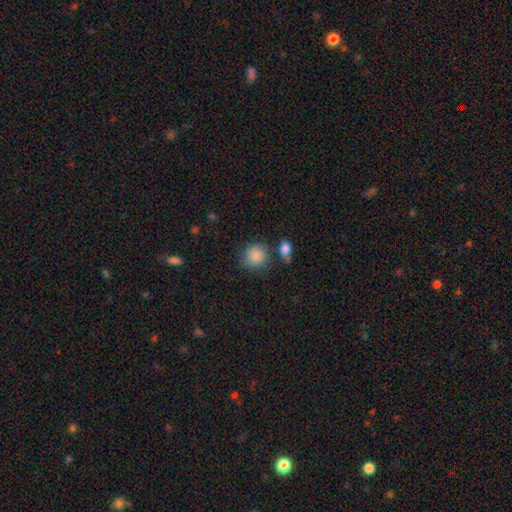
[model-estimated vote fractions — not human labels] Smooth or featured? smooth (86%)
How rounded? round (85%)
Merging? none (68%)